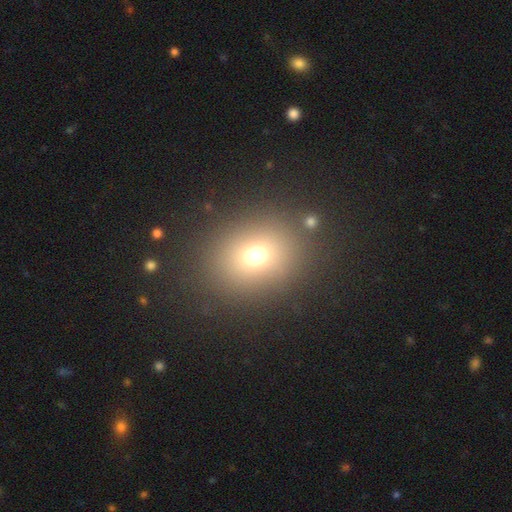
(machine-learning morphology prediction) A smooth galaxy with no disk features (70%) that is round (64%).

Vote fractions:
- Smooth or featured? smooth: 70% / star or artifact: 19% / featured or disk: 11%
- How rounded? round: 64% / in between: 35% / cigar-shaped: 1%
- Merging? none: 84% / minor disturbance: 8% / major disturbance: 5% / merger: 3%